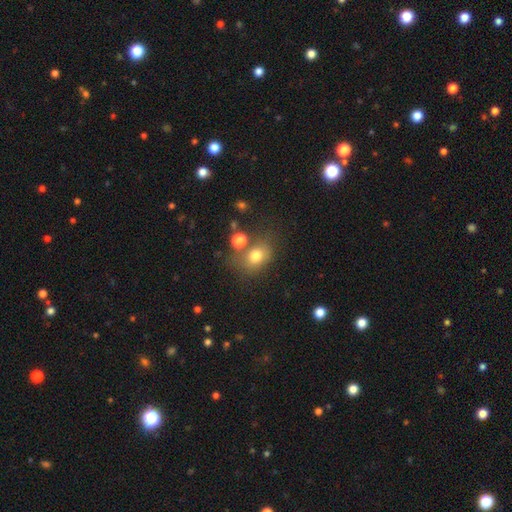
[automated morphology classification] A smooth galaxy with no disk features (75%) that is in between round and cigar-shaped (53%). Merging: none (58%).